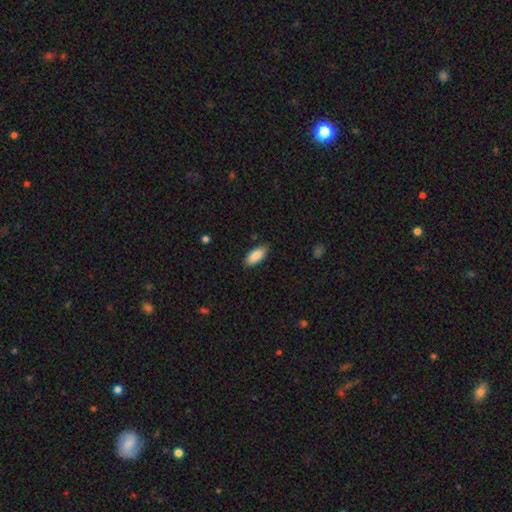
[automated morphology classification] The model was most divided on "merging": none: 87%, minor disturbance: 10%, major disturbance: 2%, merger: 1%. More confident: smooth or featured — smooth (88%); how rounded — in between (88%).